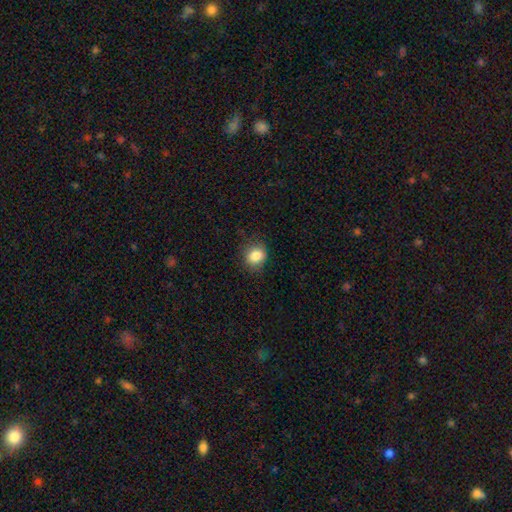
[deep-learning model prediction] The model was most divided on "how rounded": round: 68%, in between: 31%, cigar-shaped: 1%. More confident: smooth or featured — smooth (84%); merging — none (79%).